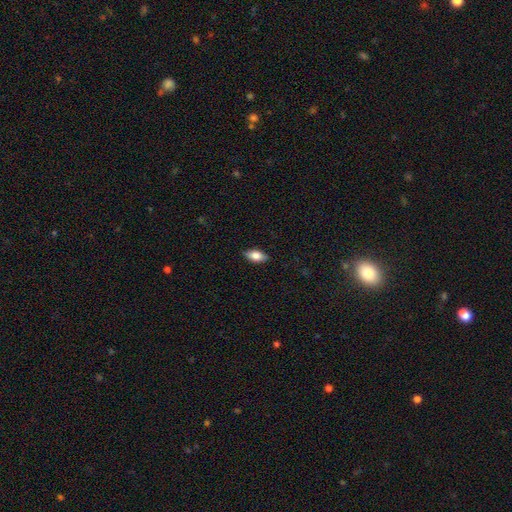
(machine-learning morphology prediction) Smooth or featured: smooth — 73% (featured or disk — 20%)
How rounded: in between — 87% (cigar-shaped — 8%)
Merging: none — 87% (minor disturbance — 10%)